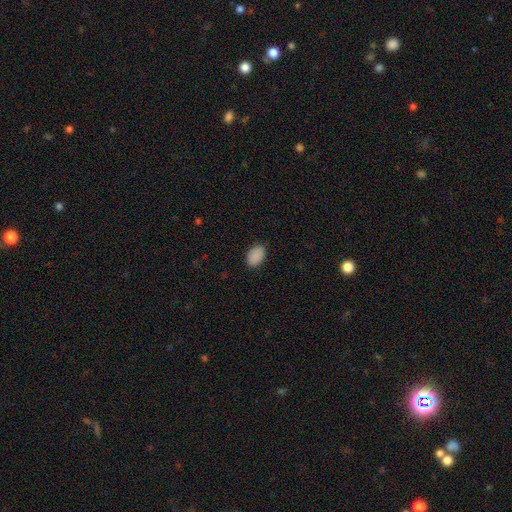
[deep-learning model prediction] This appears to be a smooth galaxy with no disk features (89%) that is in between round and cigar-shaped (87%). Merging: none (87%).